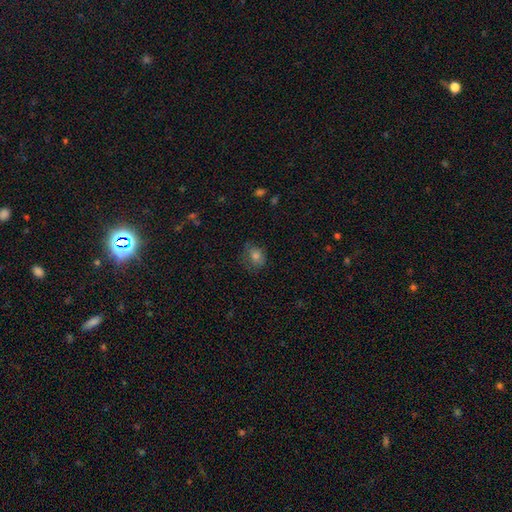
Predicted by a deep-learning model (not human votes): Smooth or featured? smooth (72%)
How rounded? round (57%)
Merging? none (68%)